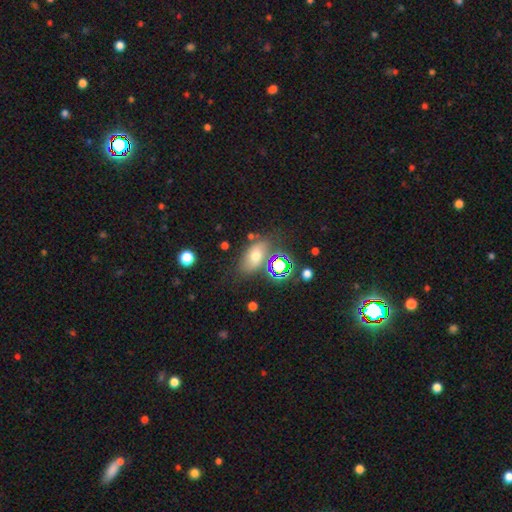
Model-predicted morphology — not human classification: This appears to be a smooth galaxy with no disk features (59%) that is in between round and cigar-shaped (82%). Merging: none (65%).